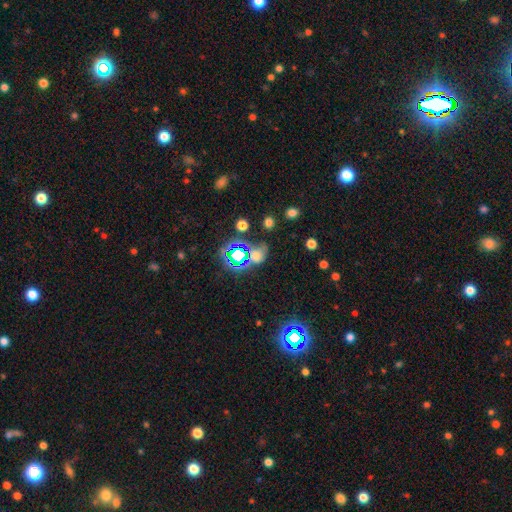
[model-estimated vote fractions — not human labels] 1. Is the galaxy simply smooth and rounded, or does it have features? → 48% star or artifact, 40% smooth, 12% featured or disk.